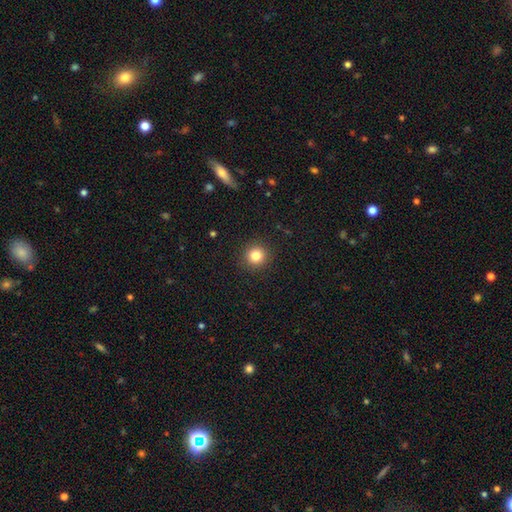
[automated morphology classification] Overall: smooth (83%). How rounded: round (93%). Merging: none (91%).